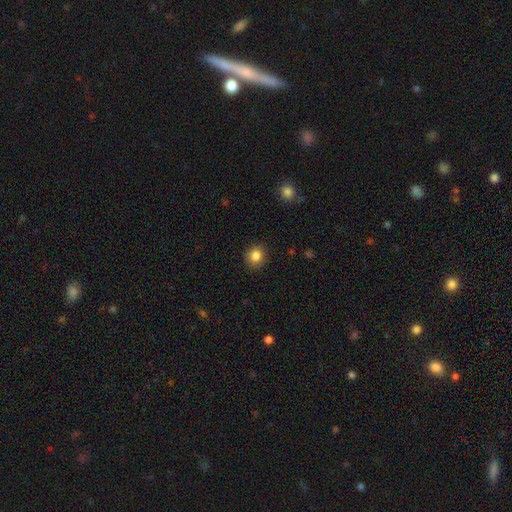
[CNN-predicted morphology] Q: Smooth or featured?
A: smooth (84%); runner-up: star or artifact (11%)
Q: How rounded?
A: round (85%); runner-up: in between (14%)
Q: Merging?
A: none (90%); runner-up: minor disturbance (7%)